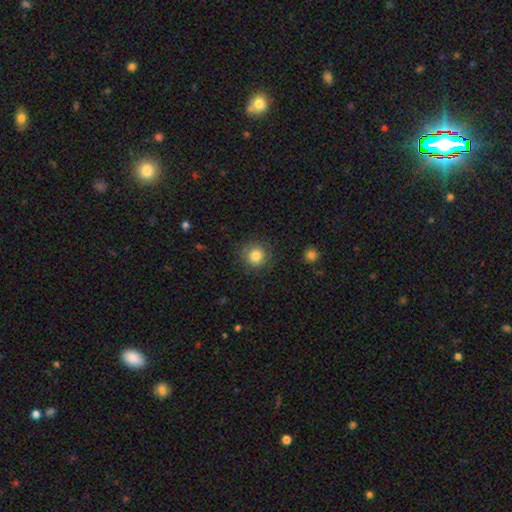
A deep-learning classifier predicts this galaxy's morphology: smooth-or-featured: smooth: 82% | star or artifact: 10% | featured or disk: 8%
  how-rounded: round: 93% | in between: 6% | cigar-shaped: 1%
  merging: none: 85% | minor disturbance: 10% | major disturbance: 4% | merger: 1%